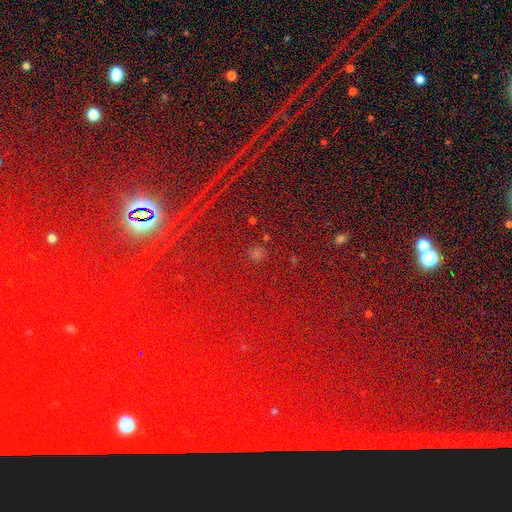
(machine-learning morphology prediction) smooth_or_featured: star or artifact (p=0.77) [alt: smooth p=0.15]